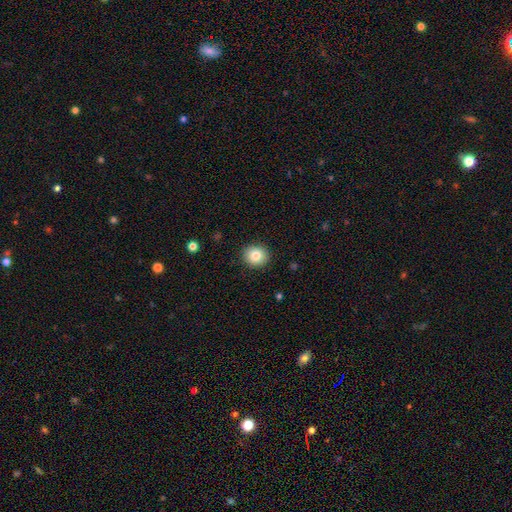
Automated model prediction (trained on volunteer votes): A smooth galaxy with no disk features (83%) that is round (82%). Merging: none (91%).